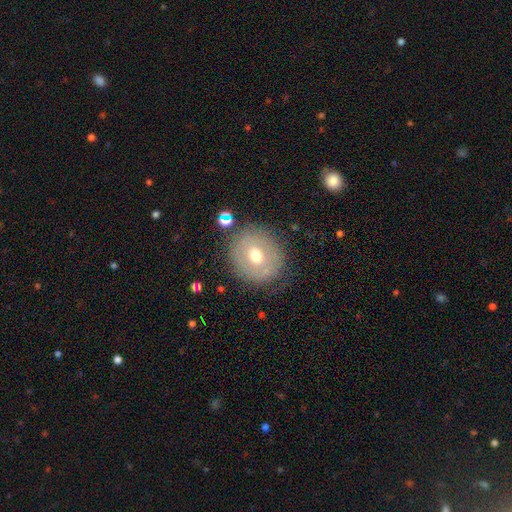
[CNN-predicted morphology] A smooth galaxy with no disk features (56%) that is round (87%).

Vote fractions:
- Smooth or featured? smooth: 56% / featured or disk: 33% / star or artifact: 11%
- How rounded? round: 87% / in between: 12% / cigar-shaped: 1%
- Merging? none: 78% / minor disturbance: 13% / major disturbance: 6% / merger: 2%